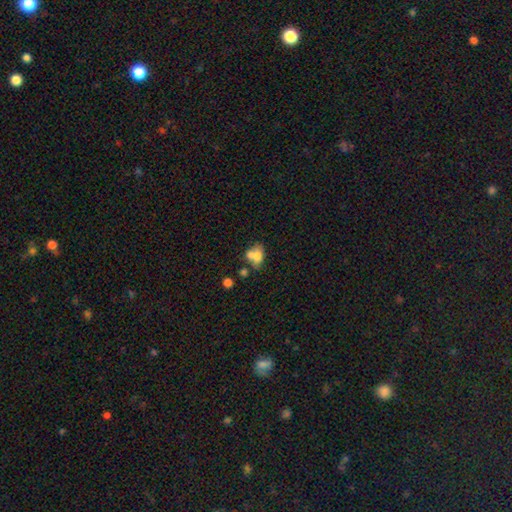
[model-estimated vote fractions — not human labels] smooth_or_featured: smooth (p=0.66) [alt: featured or disk p=0.23]
how_rounded: in between (p=0.71) [alt: round p=0.26]
merging: merger (p=0.51) [alt: none p=0.28]